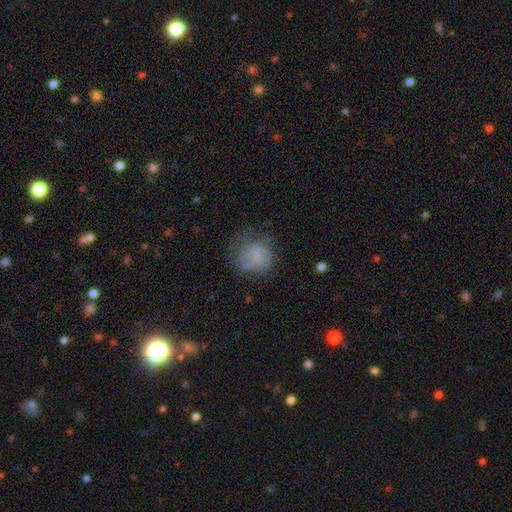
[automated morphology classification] Smooth or featured? smooth (55%)
How rounded? round (70%)
Merging? none (45%)